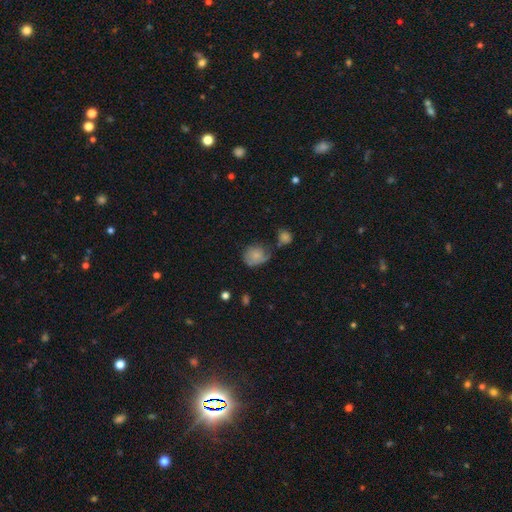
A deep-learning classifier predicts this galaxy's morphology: type=smooth (61%); roundness=round (62%); merging=none (39%).